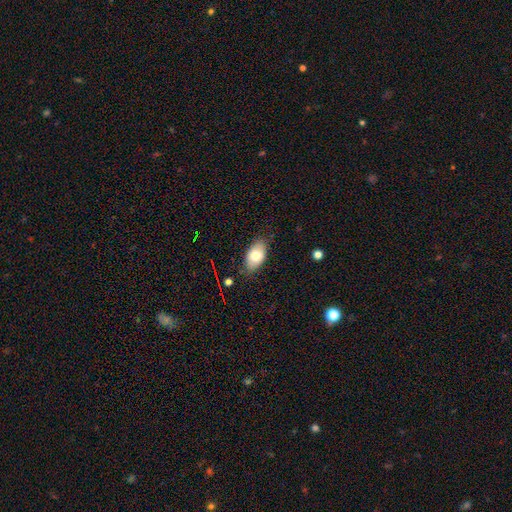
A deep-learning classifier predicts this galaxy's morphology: smooth 78%, featured or disk 15%, star or artifact 7%. Down the decision tree: how rounded — in between (93%); merging — none (80%).